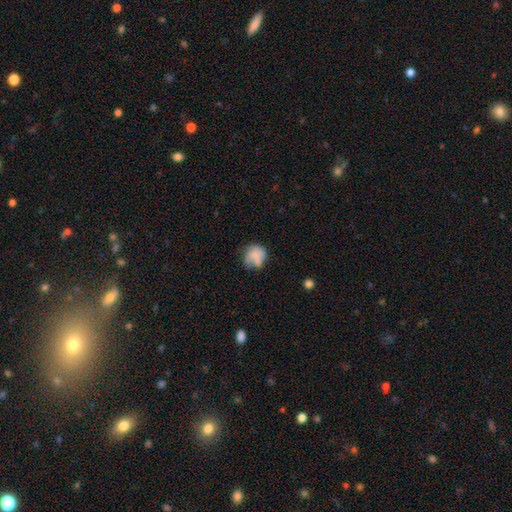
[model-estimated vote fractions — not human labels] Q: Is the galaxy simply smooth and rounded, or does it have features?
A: smooth — 66%.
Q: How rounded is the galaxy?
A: round — 67%.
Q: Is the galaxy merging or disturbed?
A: none — 46%.